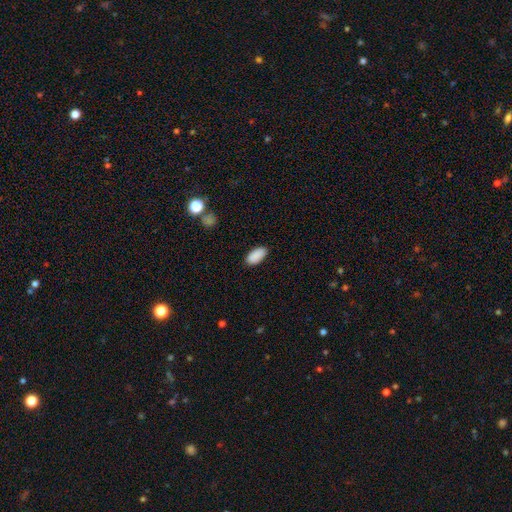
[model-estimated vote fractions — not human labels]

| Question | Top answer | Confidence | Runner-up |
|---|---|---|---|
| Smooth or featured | smooth | 89% | star or artifact (7%) |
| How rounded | in between | 93% | cigar-shaped (5%) |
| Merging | none | 87% | minor disturbance (9%) |